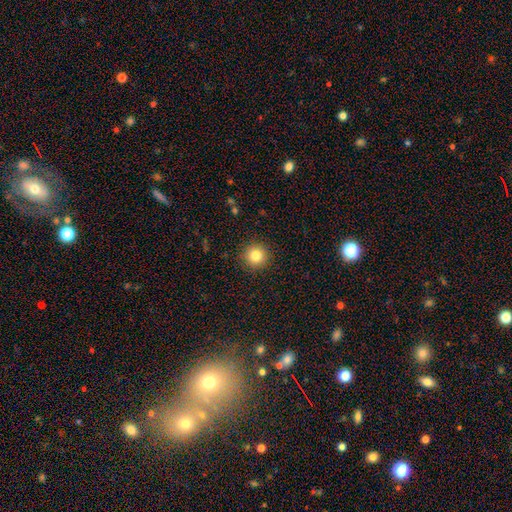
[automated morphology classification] type=smooth (83%); roundness=round (95%); merging=none (91%).